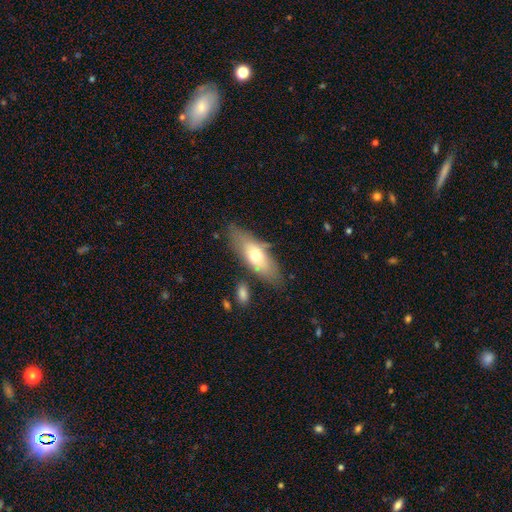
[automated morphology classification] smooth 63%, featured or disk 31%, star or artifact 6%. Down the decision tree: how rounded — in between (67%); merging — none (72%).